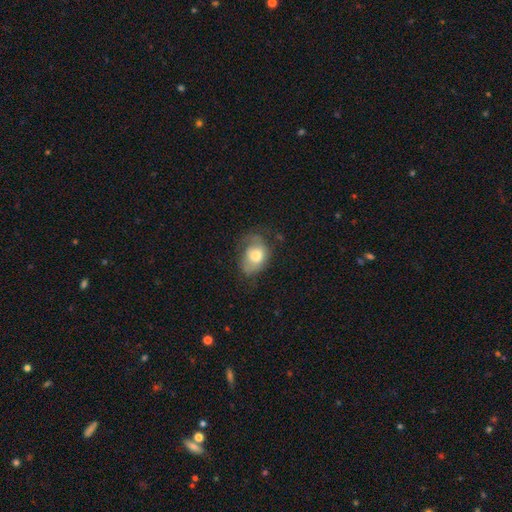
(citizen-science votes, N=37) This is likely a smooth galaxy (76%). How rounded: likely in between (64%). Merging: possibly minor disturbance (46%).